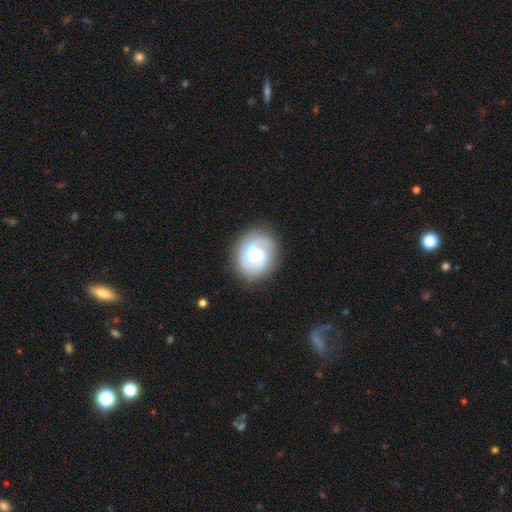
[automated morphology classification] This appears to be a featured or disk galaxy (81%) with no bar (57%), 2 (49%) tight (51%) spiral arms (95%) and a moderate central bulge (54%). Merging: none (81%).